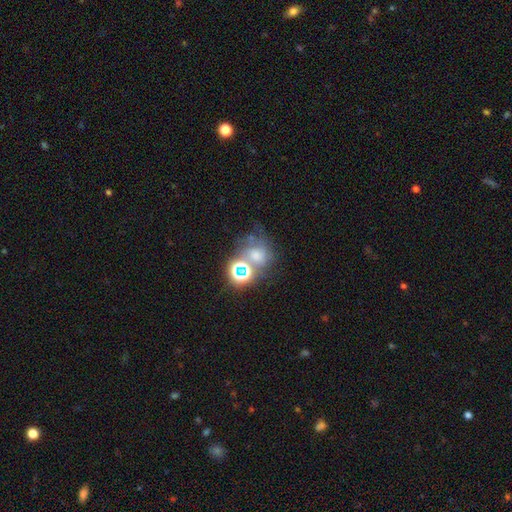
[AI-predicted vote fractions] A star or artifact, not a galaxy (43%).